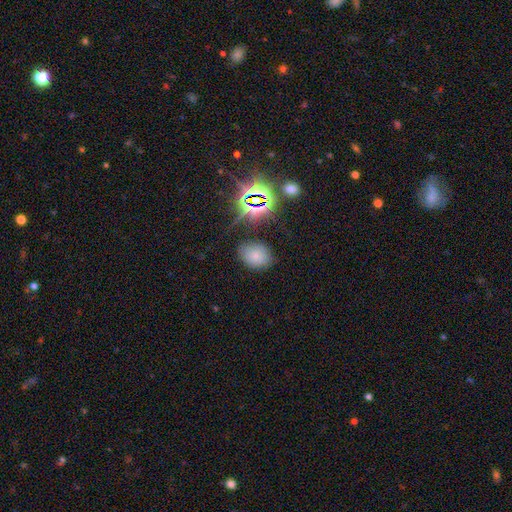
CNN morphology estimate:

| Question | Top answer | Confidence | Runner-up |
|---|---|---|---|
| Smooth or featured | smooth | 69% | star or artifact (22%) |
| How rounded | in between | 70% | round (29%) |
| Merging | none | 80% | minor disturbance (13%) |